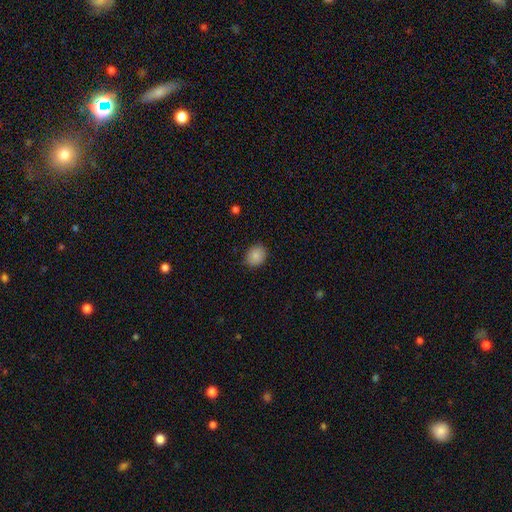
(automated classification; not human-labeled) Smooth or featured: smooth — 86% (star or artifact — 8%)
How rounded: round — 64% (in between — 35%)
Merging: none — 85% (minor disturbance — 12%)